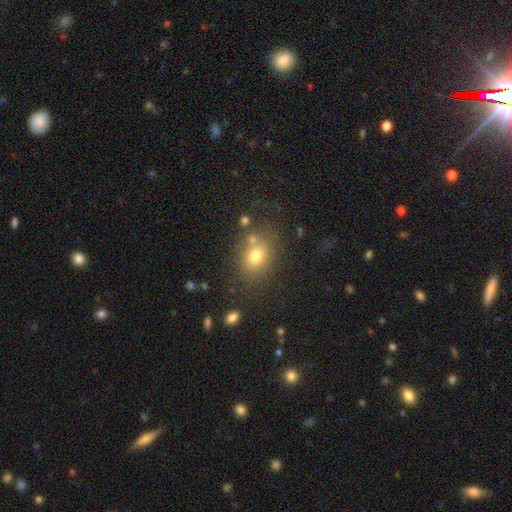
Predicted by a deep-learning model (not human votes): This is likely a smooth galaxy (73%). How rounded: possibly in between (51%). Merging: likely none (69%).